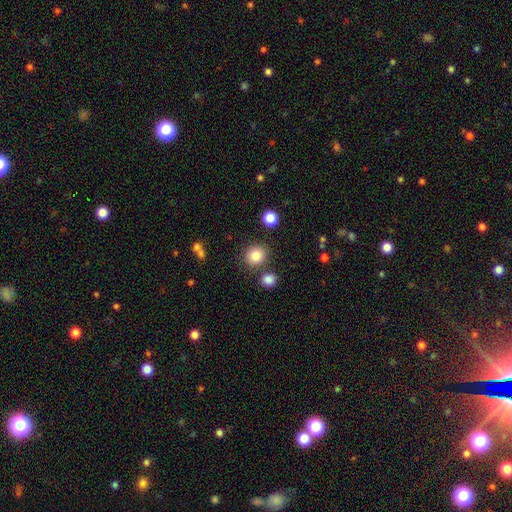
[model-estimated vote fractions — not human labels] Overall: smooth (83%). How rounded: round (83%). Merging: none (81%).